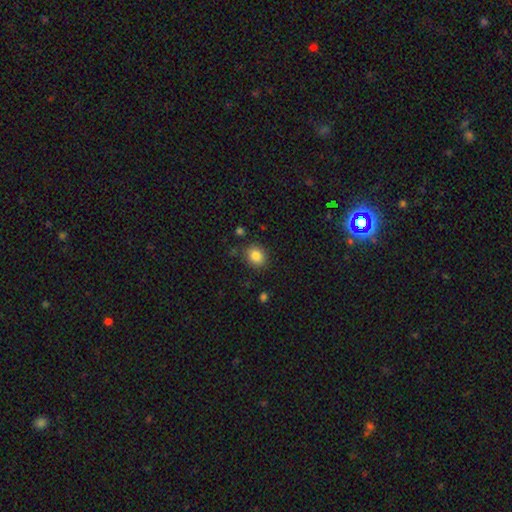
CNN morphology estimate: A smooth galaxy with no disk features (84%) that is round (65%).

Vote fractions:
- Smooth or featured? smooth: 84% / star or artifact: 10% / featured or disk: 6%
- How rounded? round: 65% / in between: 34% / cigar-shaped: 1%
- Merging? none: 85% / minor disturbance: 10% / major disturbance: 3% / merger: 2%